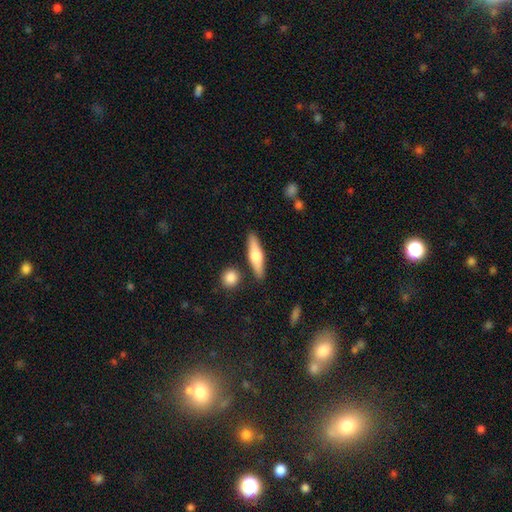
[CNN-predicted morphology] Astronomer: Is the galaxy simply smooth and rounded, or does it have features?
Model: featured or disk — 47%, tied with smooth at 47%.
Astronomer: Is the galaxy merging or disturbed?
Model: none — 85%.